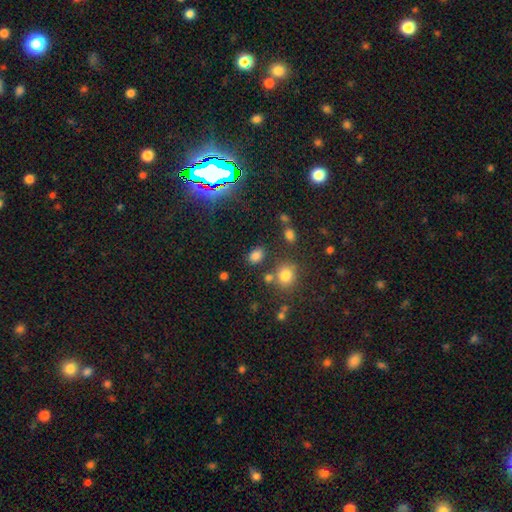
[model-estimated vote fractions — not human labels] Smooth or featured? smooth (76%)
How rounded? in between (71%)
Merging? none (76%)